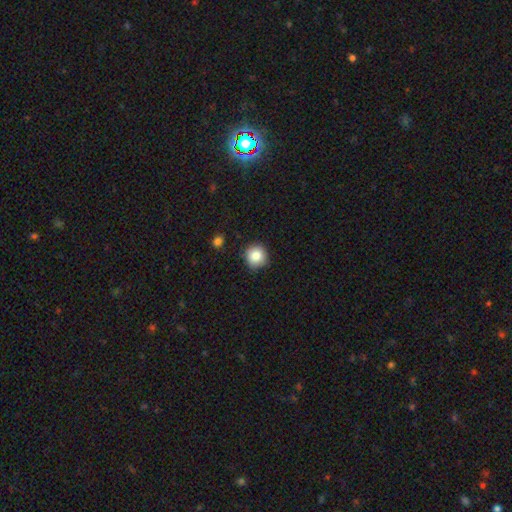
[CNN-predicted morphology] This is clearly a smooth galaxy (84%). How rounded: clearly round (92%). Merging: clearly none (85%).